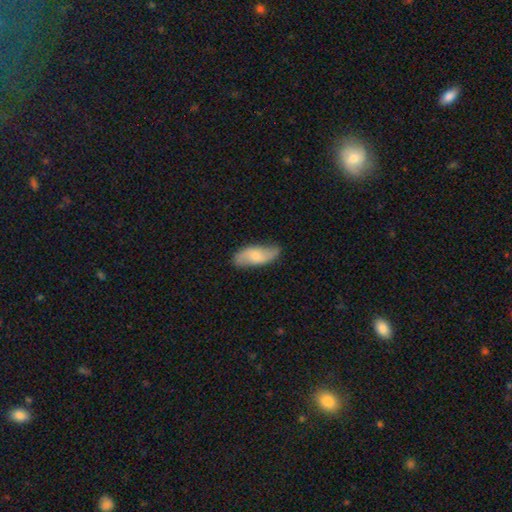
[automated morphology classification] Smooth or featured? smooth (49%)
Merging? none (77%)